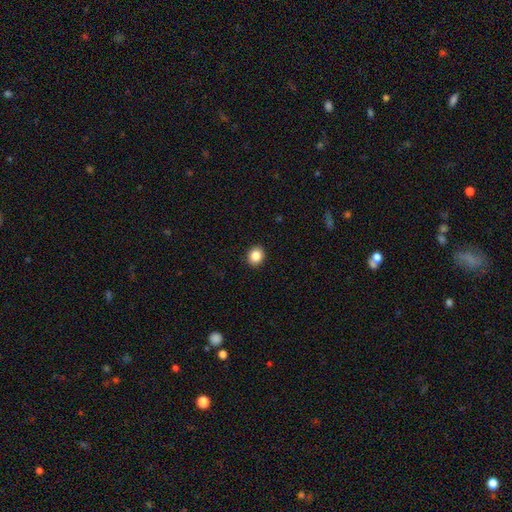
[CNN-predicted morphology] Smooth or featured: smooth — 86% (star or artifact — 9%)
How rounded: round — 73% (in between — 26%)
Merging: none — 92% (minor disturbance — 6%)